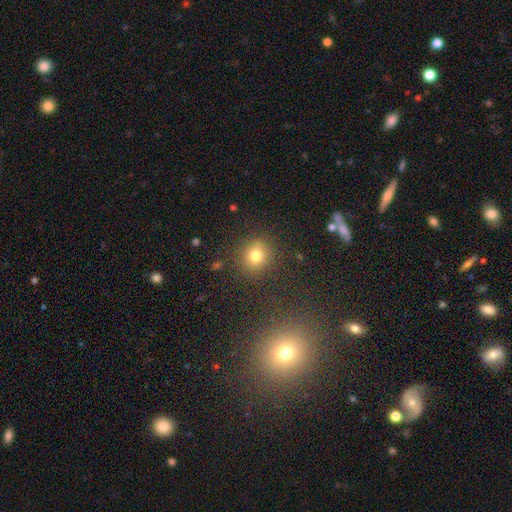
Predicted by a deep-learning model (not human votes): Q: Smooth or featured?
A: smooth (77%); runner-up: star or artifact (15%)
Q: How rounded?
A: round (85%); runner-up: in between (14%)
Q: Merging?
A: none (85%); runner-up: minor disturbance (9%)